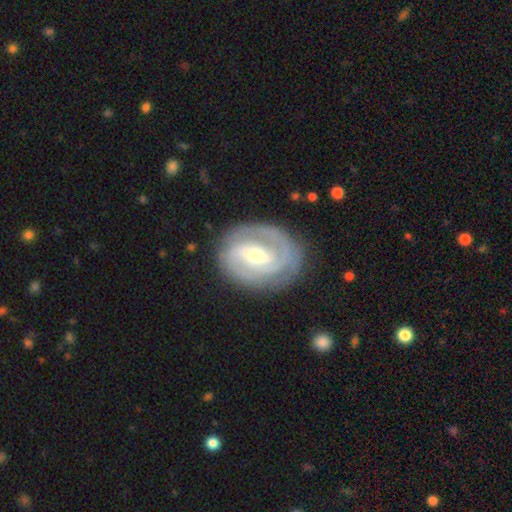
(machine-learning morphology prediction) Smooth or featured? featured or disk (87%)
Edge-on disk? no (97%)
Bar? weak (44%)
Spiral arms? yes (96%)
Spiral winding? tight (64%)
Spiral arm count? 2 (67%)
Bulge size? moderate (49%)
Merging? none (81%)